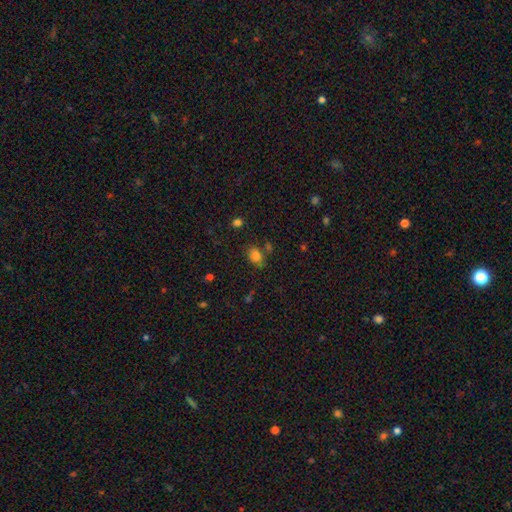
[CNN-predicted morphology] A smooth galaxy with no disk features (80%) that is in between round and cigar-shaped (73%). Merging: none (71%).